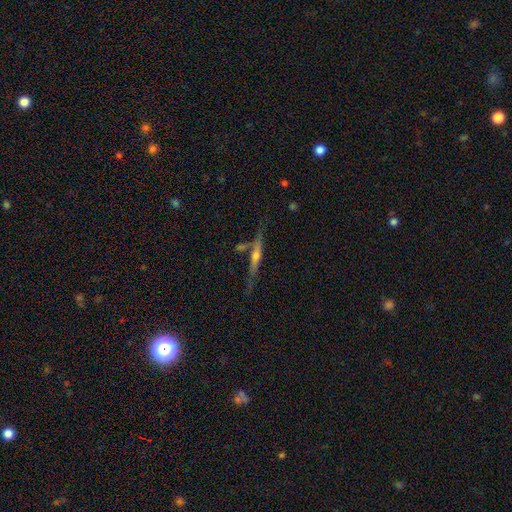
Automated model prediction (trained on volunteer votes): smooth-or-featured: featured or disk: 70% | smooth: 23% | star or artifact: 8%
  disk-edge-on: yes: 96% | no: 4%
    edge-on-bulge: rounded: 79% | none: 13% | boxy: 8%
  merging: none: 71% | minor disturbance: 15% | merger: 10% | major disturbance: 4%